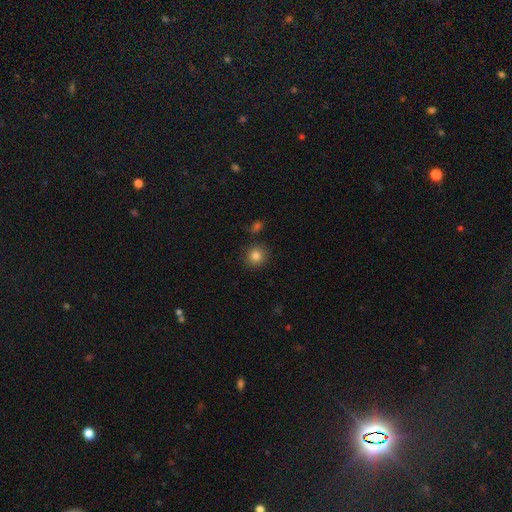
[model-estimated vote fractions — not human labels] This appears to be a smooth galaxy with no disk features (83%) that is round (90%). Merging: none (88%).